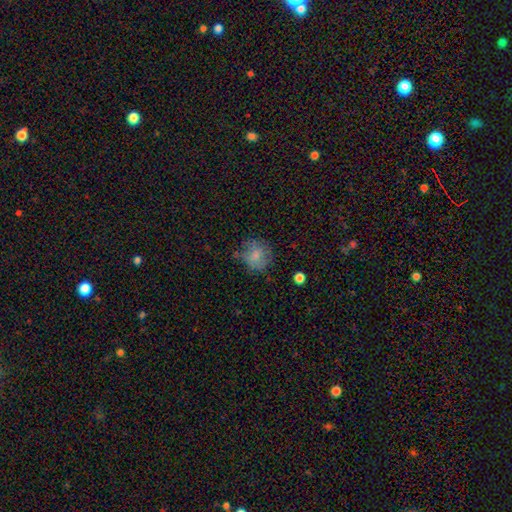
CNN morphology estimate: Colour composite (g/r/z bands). It shows a smooth galaxy with no disk features (75%) that is round (82%). Merging: none (64%).